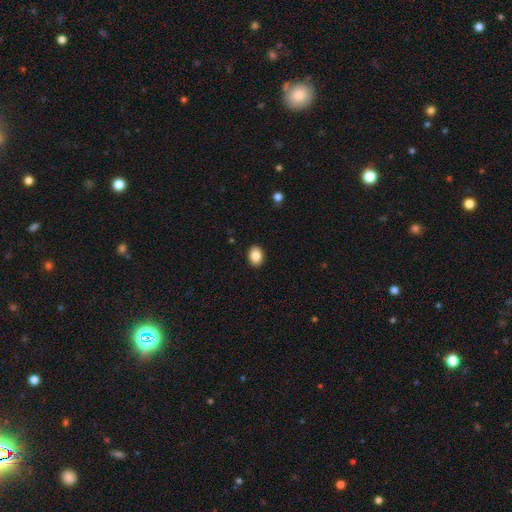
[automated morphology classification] smooth-or-featured: smooth: 87% | star or artifact: 8% | featured or disk: 5%
  how-rounded: in between: 74% | round: 25% | cigar-shaped: 1%
  merging: none: 91% | minor disturbance: 6% | major disturbance: 2% | merger: 1%